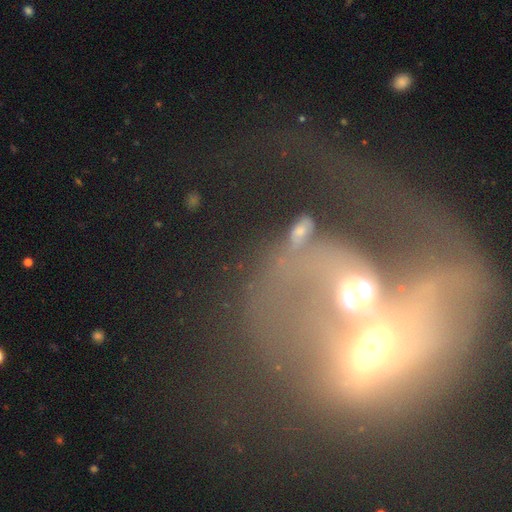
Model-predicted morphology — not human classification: Smooth or featured? featured or disk (62%)
Edge-on disk? no (95%)
Bar? no (58%)
Spiral arms? yes (53%)
Bulge size? moderate (58%)
Merging? merger (70%)